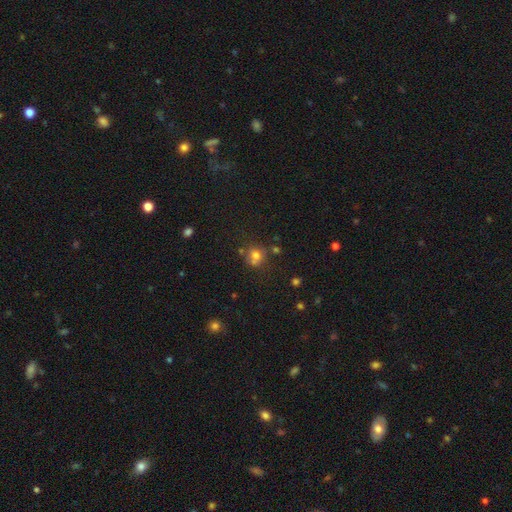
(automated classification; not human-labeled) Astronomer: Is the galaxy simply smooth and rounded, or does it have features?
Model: smooth — 69%.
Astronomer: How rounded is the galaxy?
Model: round — 82%.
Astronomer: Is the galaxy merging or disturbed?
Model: none — 58%.